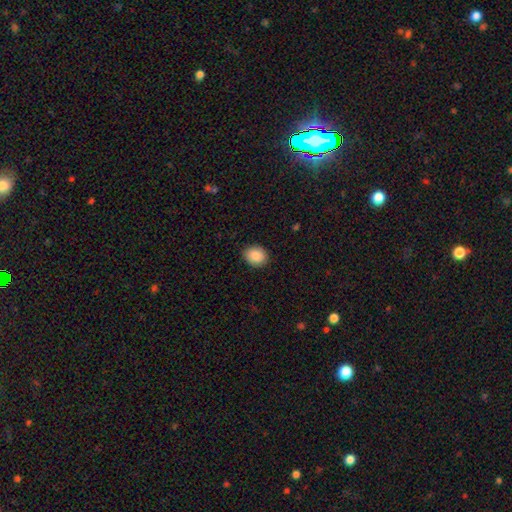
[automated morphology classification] smooth-or-featured: smooth: 87% | star or artifact: 8% | featured or disk: 5%
  how-rounded: round: 60% | in between: 39% | cigar-shaped: 1%
  merging: none: 90% | minor disturbance: 7% | major disturbance: 2% | merger: 1%